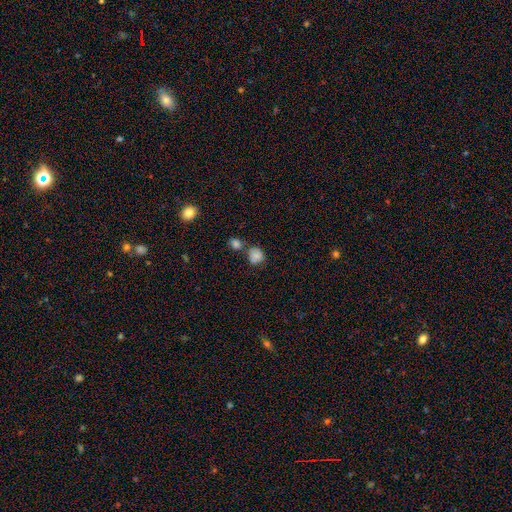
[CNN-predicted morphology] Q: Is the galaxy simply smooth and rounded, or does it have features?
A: smooth — 77%.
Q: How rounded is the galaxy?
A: round — 77%.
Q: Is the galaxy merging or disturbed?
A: none — 55%.